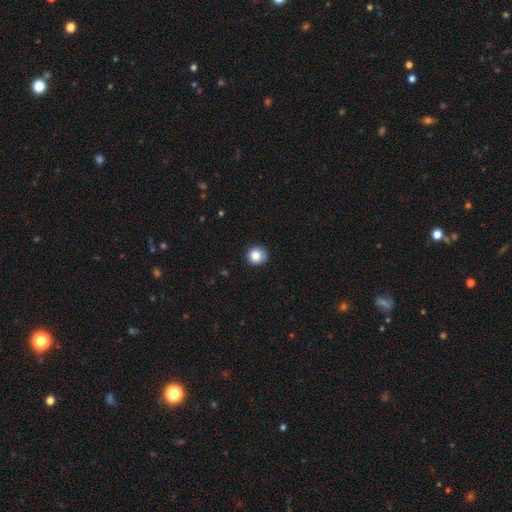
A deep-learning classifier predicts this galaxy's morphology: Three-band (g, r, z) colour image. It shows a smooth galaxy with no disk features (84%) that is round (92%). Merging: none (88%).